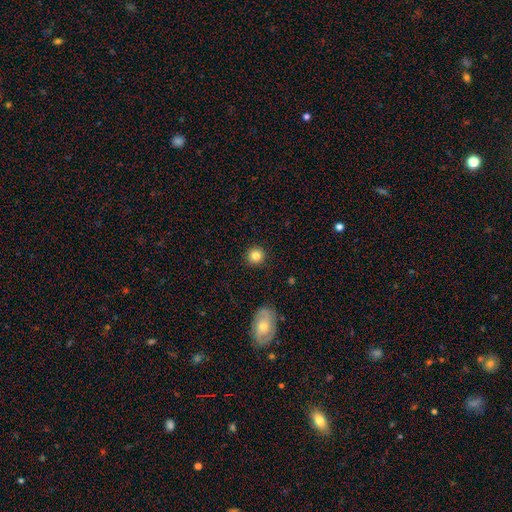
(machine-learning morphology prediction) A smooth galaxy with no disk features (83%) that is round (94%). Merging: none (91%).